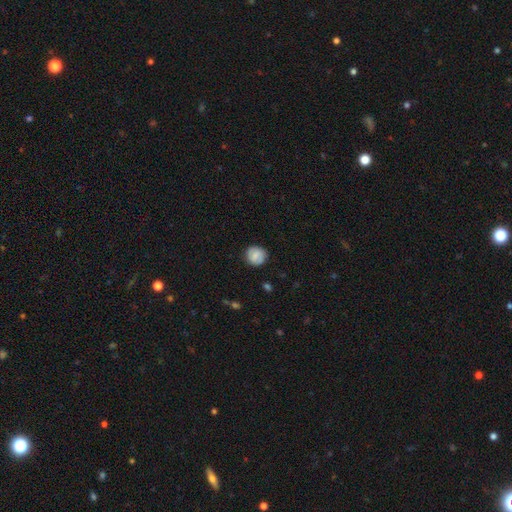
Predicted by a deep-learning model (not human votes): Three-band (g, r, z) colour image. It shows a smooth galaxy with no disk features (67%) that is round (88%). Merging: none (83%).